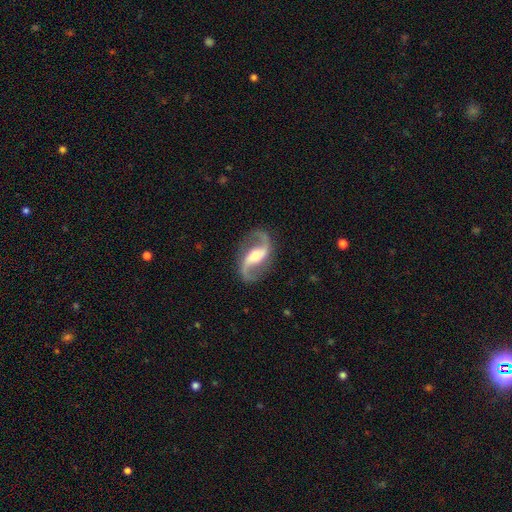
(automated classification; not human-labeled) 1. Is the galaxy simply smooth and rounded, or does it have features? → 92% featured or disk, 4% star or artifact, 4% smooth.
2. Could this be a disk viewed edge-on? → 97% no, 3% yes.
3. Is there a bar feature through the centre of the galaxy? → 38% strong, 37% weak, 26% no.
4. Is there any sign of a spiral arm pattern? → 98% yes, 2% no.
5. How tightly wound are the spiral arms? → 61% loose, 33% medium, 6% tight.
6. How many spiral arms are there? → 94% 2, 1% 1, 1% can't tell, 1% 3, 1% 4, 1% more than 4.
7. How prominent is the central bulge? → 62% moderate, 25% small, 10% large, 2% none, 2% dominant.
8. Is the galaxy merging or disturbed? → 85% none, 9% minor disturbance, 4% major disturbance, 1% merger.